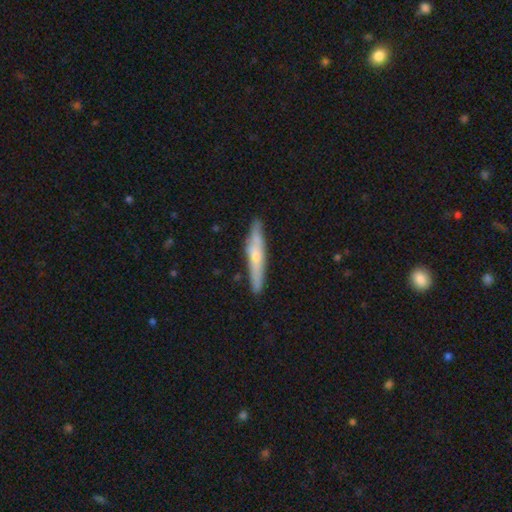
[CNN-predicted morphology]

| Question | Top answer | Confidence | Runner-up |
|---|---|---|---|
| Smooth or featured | featured or disk | 48% | smooth (47%) |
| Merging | none | 82% | minor disturbance (14%) |